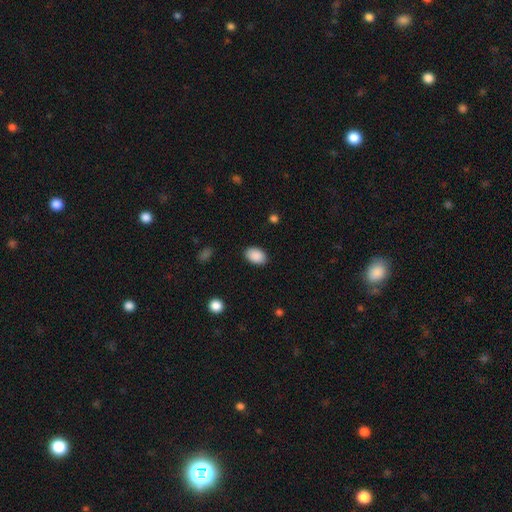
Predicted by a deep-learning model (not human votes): Q: Smooth or featured?
A: smooth (90%); runner-up: star or artifact (7%)
Q: How rounded?
A: in between (84%); runner-up: round (15%)
Q: Merging?
A: none (88%); runner-up: minor disturbance (9%)